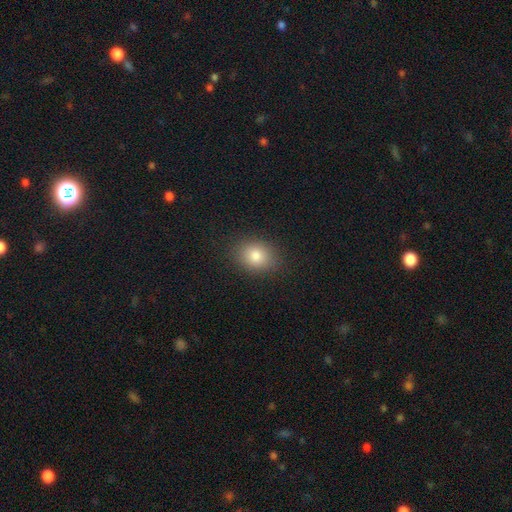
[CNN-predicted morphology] Smooth or featured? smooth (82%)
How rounded? in between (57%)
Merging? none (87%)